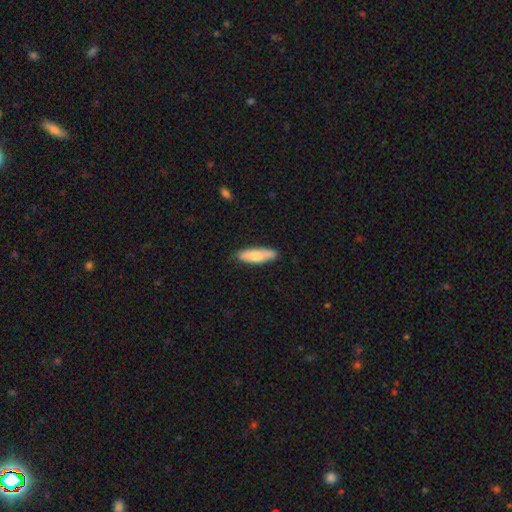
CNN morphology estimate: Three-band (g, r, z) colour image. It shows a smooth galaxy with no disk features (69%) that is cigar-shaped (49%, tied with in between). Merging: none (80%).